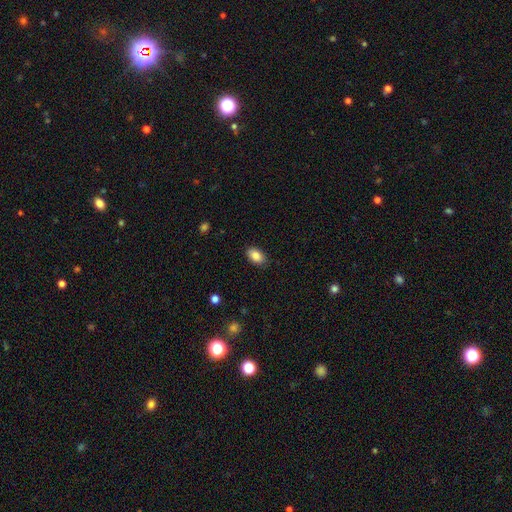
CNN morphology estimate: Smooth or featured? smooth (86%)
How rounded? in between (90%)
Merging? none (87%)